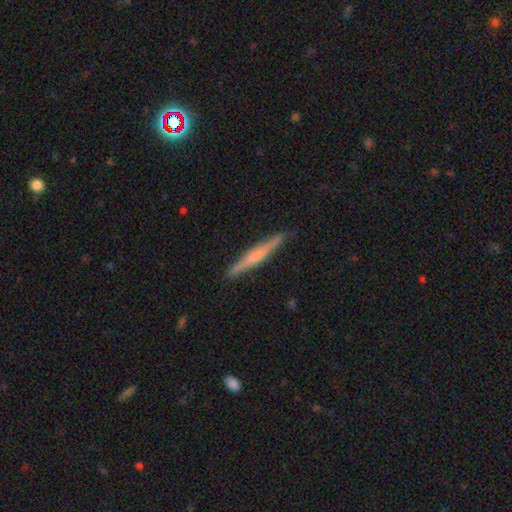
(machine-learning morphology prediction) Smooth or featured?
  - featured or disk: 57% *
  - smooth: 38%
  - star or artifact: 5%
Edge-on disk?
  - yes: 98% *
  - no: 2%
Edge-on bulge?
  - rounded: 49% *
  - none: 33%
  - boxy: 18%
Merging?
  - none: 91% *
  - minor disturbance: 7%
  - major disturbance: 1%
  - merger: 1%